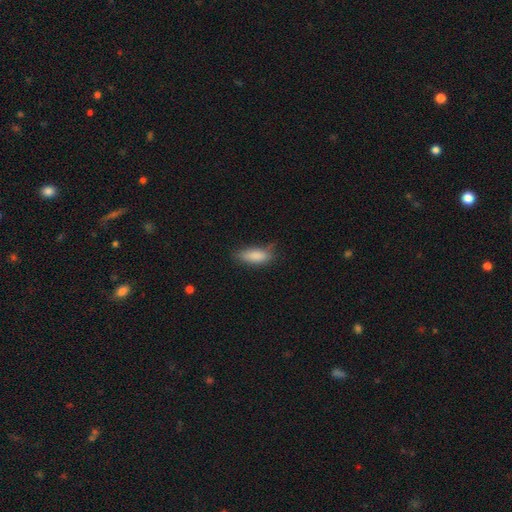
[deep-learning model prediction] smooth 85%, star or artifact 7%, featured or disk 7%. Down the decision tree: how rounded — in between (77%); merging — none (62%).